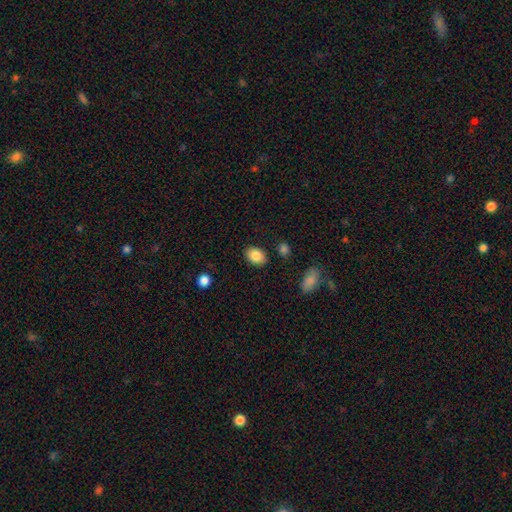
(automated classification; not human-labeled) This is clearly a smooth galaxy (85%). How rounded: likely in between (74%). Merging: clearly none (86%).